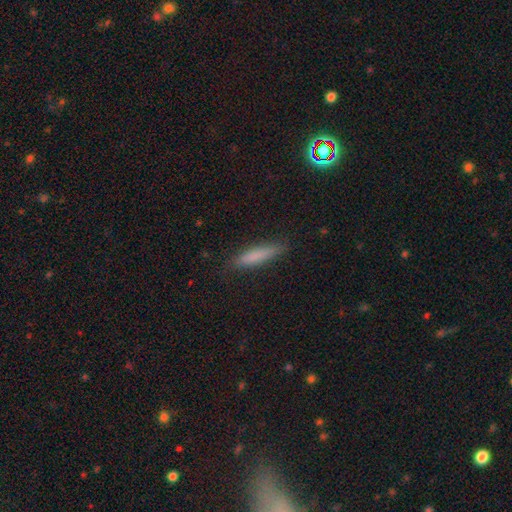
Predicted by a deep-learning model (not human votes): This appears to be a smooth galaxy with no disk features (78%) that is cigar-shaped (85%). Merging: none (85%).